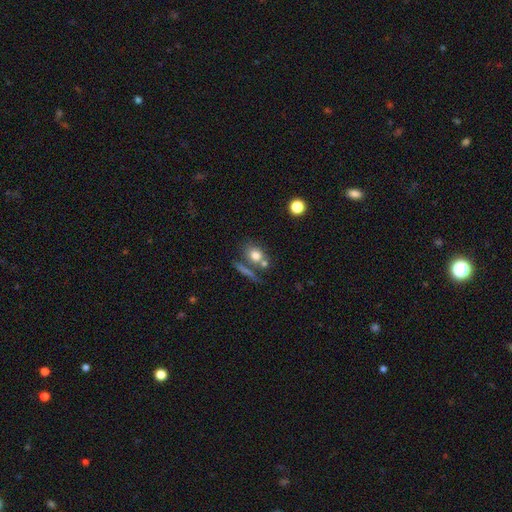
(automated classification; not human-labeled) smooth_or_featured: smooth (p=0.75) [alt: featured or disk p=0.14]
how_rounded: round (p=0.54) [alt: in between p=0.42]
merging: none (p=0.55) [alt: merger p=0.27]